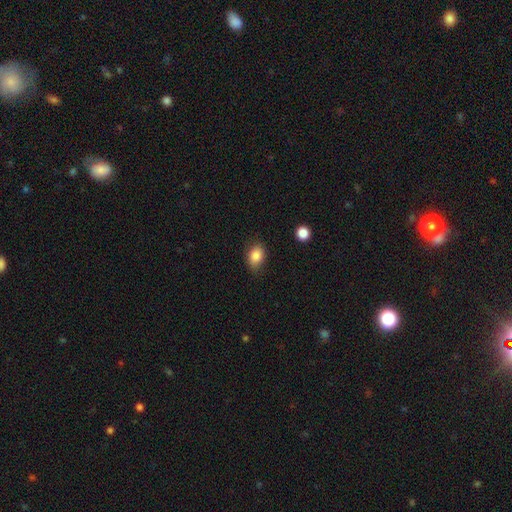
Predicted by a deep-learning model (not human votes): Smooth or featured?
  - smooth: 85% *
  - star or artifact: 9%
  - featured or disk: 6%
How rounded?
  - in between: 72% *
  - round: 26%
  - cigar-shaped: 1%
Merging?
  - none: 78% *
  - minor disturbance: 17%
  - major disturbance: 3%
  - merger: 1%